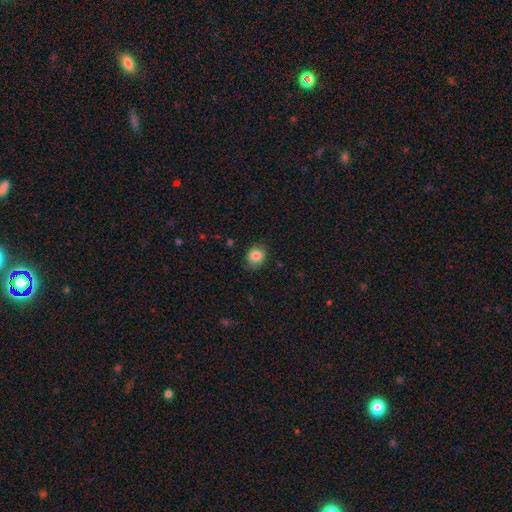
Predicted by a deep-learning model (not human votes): This is clearly a smooth galaxy (84%). How rounded: possibly round (59%). Merging: clearly none (80%).